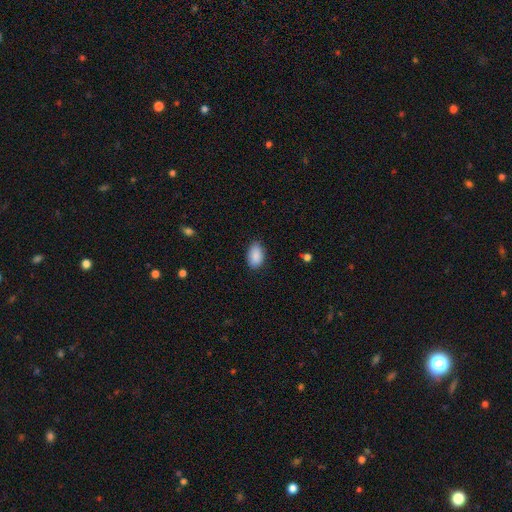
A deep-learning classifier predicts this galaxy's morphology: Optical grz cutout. It shows a smooth galaxy with no disk features (89%) that is in between round and cigar-shaped (92%). Merging: none (80%).